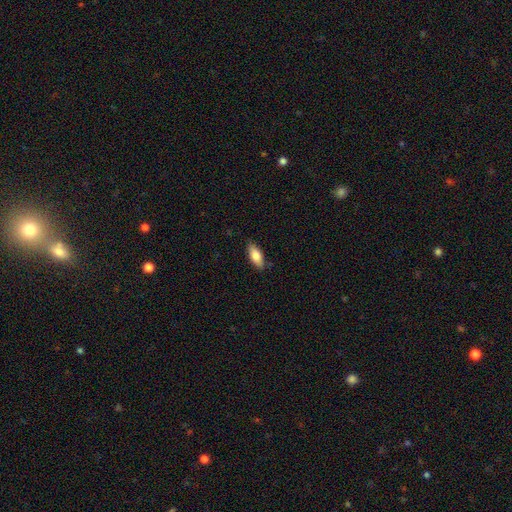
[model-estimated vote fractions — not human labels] Q: Smooth or featured?
A: smooth (79%); runner-up: featured or disk (15%)
Q: How rounded?
A: in between (83%); runner-up: cigar-shaped (15%)
Q: Merging?
A: none (84%); runner-up: minor disturbance (12%)